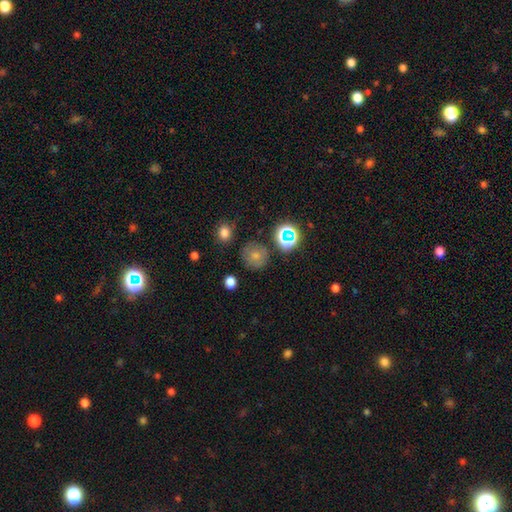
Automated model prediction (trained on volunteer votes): smooth 71%, star or artifact 19%, featured or disk 10%. Down the decision tree: how rounded — round (91%); merging — none (81%).